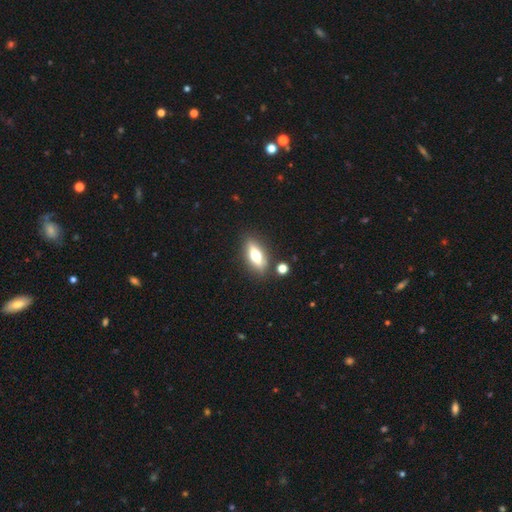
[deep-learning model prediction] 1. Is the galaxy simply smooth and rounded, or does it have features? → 47% smooth, 45% featured or disk, 8% star or artifact.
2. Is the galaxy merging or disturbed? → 83% none, 10% minor disturbance, 5% merger, 3% major disturbance.